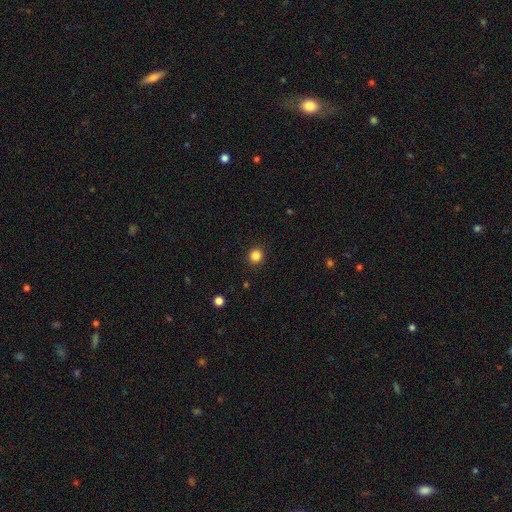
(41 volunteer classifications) smooth_or_featured: smooth (p=0.85) [alt: featured or disk p=0.07]
how_rounded: round (p=0.97) [alt: in between p=0.03]
merging: none (p=0.87) [alt: minor disturbance p=0.08]